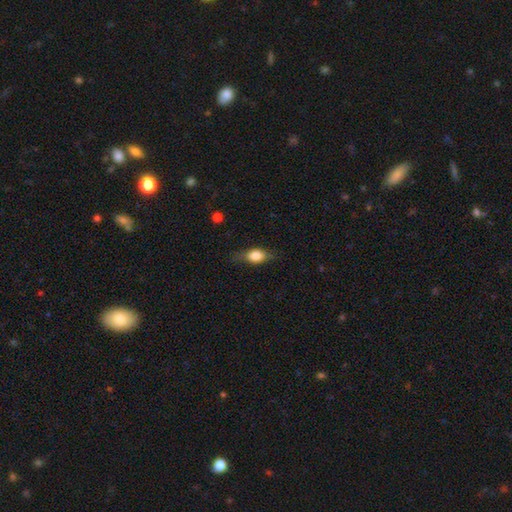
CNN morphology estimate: This appears to be a smooth galaxy with no disk features (72%) that is in between round and cigar-shaped (75%). Merging: none (70%).